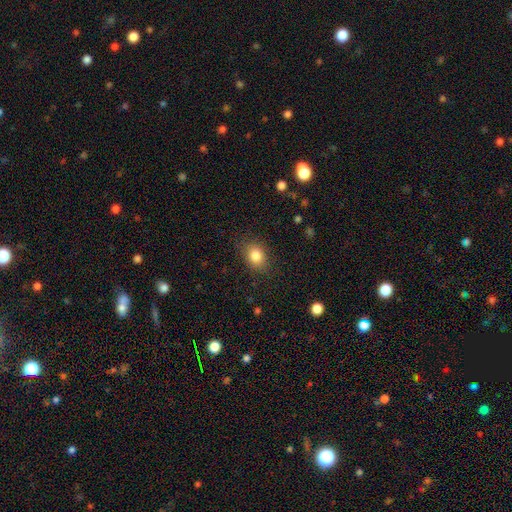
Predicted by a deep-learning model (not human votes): smooth 84%, star or artifact 10%, featured or disk 6%. Down the decision tree: how rounded — in between (59%); merging — none (82%).